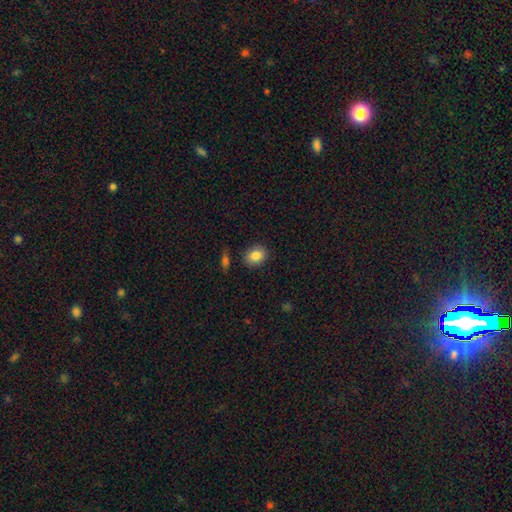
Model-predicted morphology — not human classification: This appears to be a smooth galaxy with no disk features (85%) that is in between round and cigar-shaped (54%). Merging: none (85%).